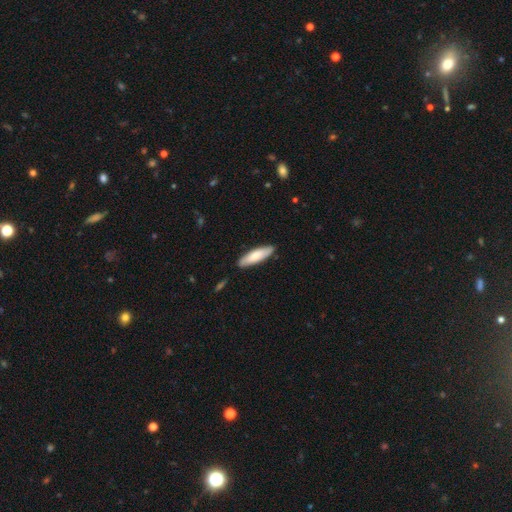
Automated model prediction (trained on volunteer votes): Morphology: type=smooth (77%); roundness=cigar-shaped (63%); merging=none (88%).